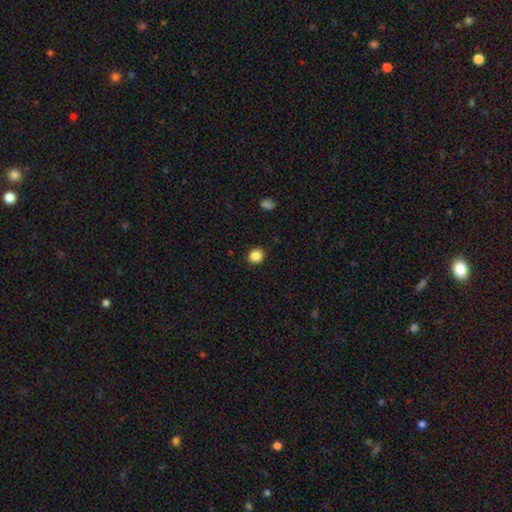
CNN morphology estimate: A smooth galaxy with no disk features (86%) that is round (82%). Merging: none (91%).